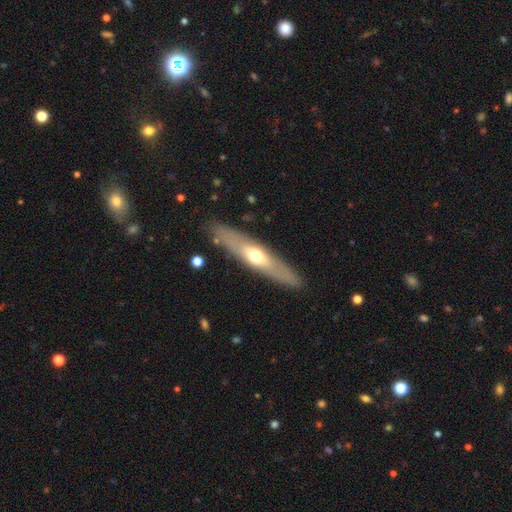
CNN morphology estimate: smooth_or_featured: featured or disk (p=0.53) [alt: smooth p=0.41]
disk_edge_on: yes (p=0.70) [alt: no p=0.30]
merging: none (p=0.86) [alt: minor disturbance p=0.10]